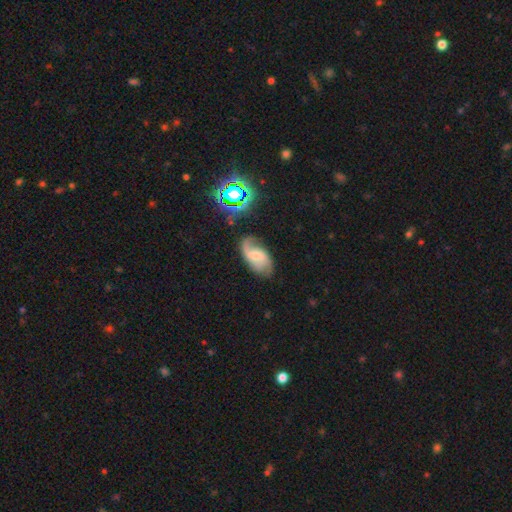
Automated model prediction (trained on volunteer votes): Q: Smooth or featured?
A: featured or disk (66%); runner-up: smooth (24%)
Q: Edge-on disk?
A: no (96%); runner-up: yes (4%)
Q: Bar?
A: weak (49%); runner-up: no (38%)
Q: Spiral arms?
A: yes (92%); runner-up: no (8%)
Q: Spiral winding?
A: loose (55%); runner-up: medium (34%)
Q: Spiral arm count?
A: 2 (69%); runner-up: 1 (15%)
Q: Bulge size?
A: small (45%); runner-up: moderate (35%)
Q: Merging?
A: none (59%); runner-up: minor disturbance (24%)